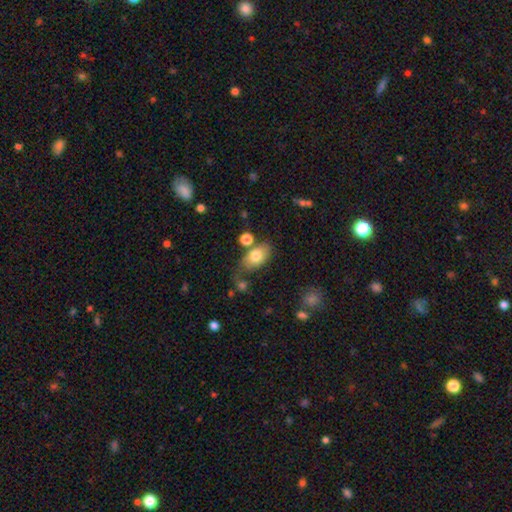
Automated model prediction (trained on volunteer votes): This is likely a smooth galaxy (77%). How rounded: clearly in between (90%). Merging: possibly none (60%).